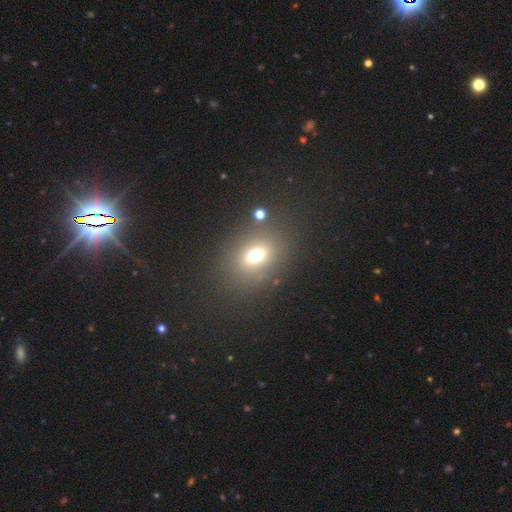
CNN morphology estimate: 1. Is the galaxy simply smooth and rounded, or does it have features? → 67% smooth, 21% star or artifact, 13% featured or disk.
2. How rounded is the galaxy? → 49% in between (tied), 49% round (tied), 2% cigar-shaped.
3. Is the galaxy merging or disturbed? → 76% none, 10% minor disturbance, 7% merger, 7% major disturbance.